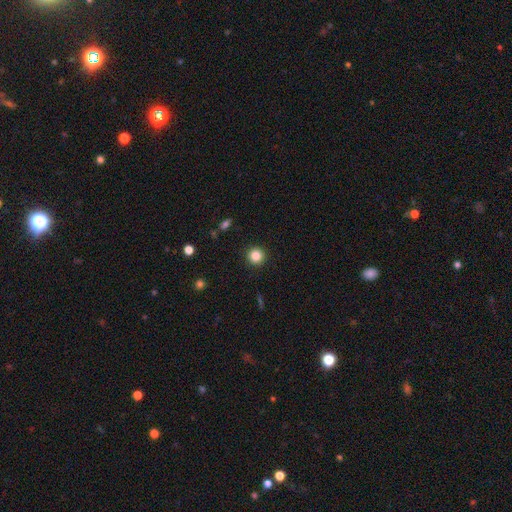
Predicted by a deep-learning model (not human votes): smooth 84%, star or artifact 11%, featured or disk 5%. Down the decision tree: how rounded — round (95%); merging — none (92%).